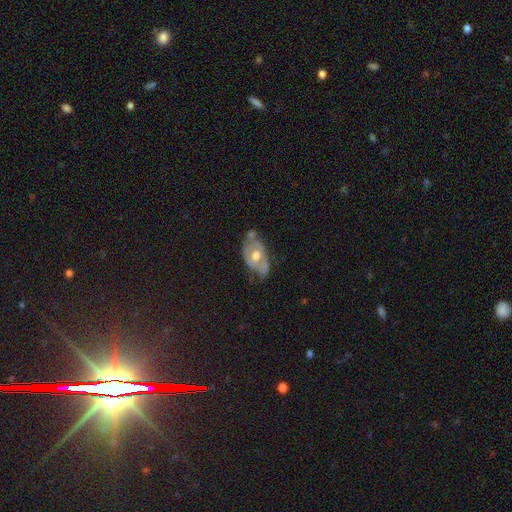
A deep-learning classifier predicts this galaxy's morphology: A featured or disk galaxy (63%) with no bar (72%), no spiral arms (57%) and a moderate central bulge (73%). Merging: none (45%).